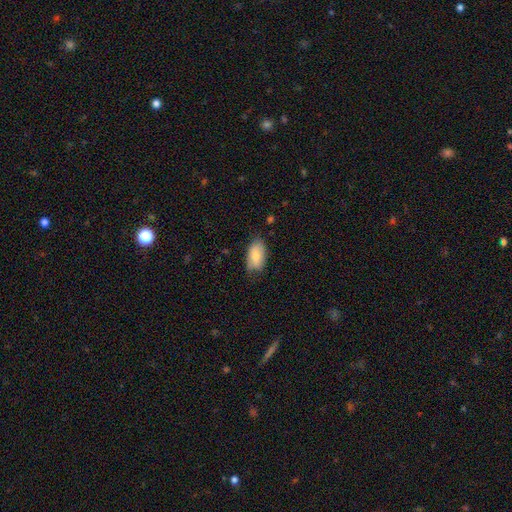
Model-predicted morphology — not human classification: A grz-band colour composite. It shows a smooth galaxy with no disk features (75%) that is in between round and cigar-shaped (94%). Merging: none (67%).